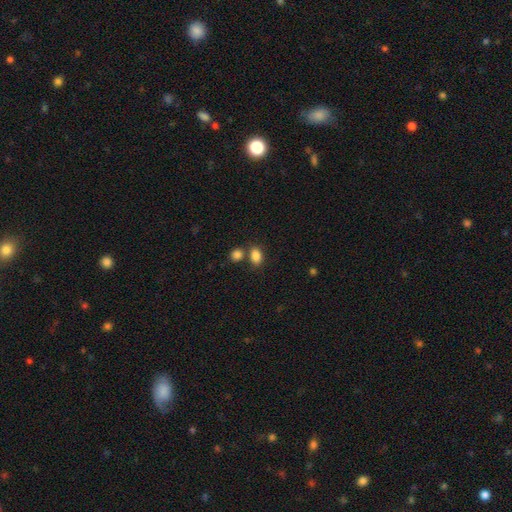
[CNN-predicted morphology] The model was most divided on "merging": none: 61%, merger: 25%, minor disturbance: 11%, major disturbance: 4%. More confident: smooth or featured — smooth (85%); how rounded — in between (80%).